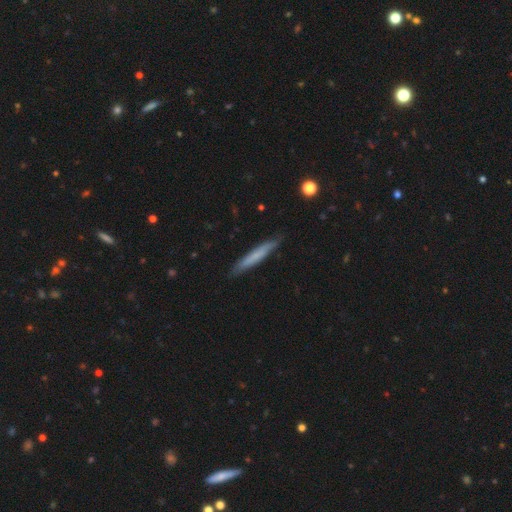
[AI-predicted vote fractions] Smooth or featured? smooth (63%)
How rounded? cigar-shaped (95%)
Merging? none (88%)